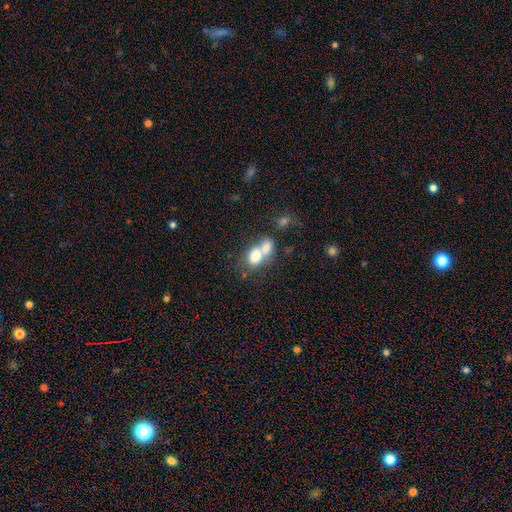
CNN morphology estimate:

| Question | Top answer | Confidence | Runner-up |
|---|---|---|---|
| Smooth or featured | smooth | 74% | featured or disk (18%) |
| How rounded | in between | 64% | round (34%) |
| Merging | merger | 71% | none (18%) |